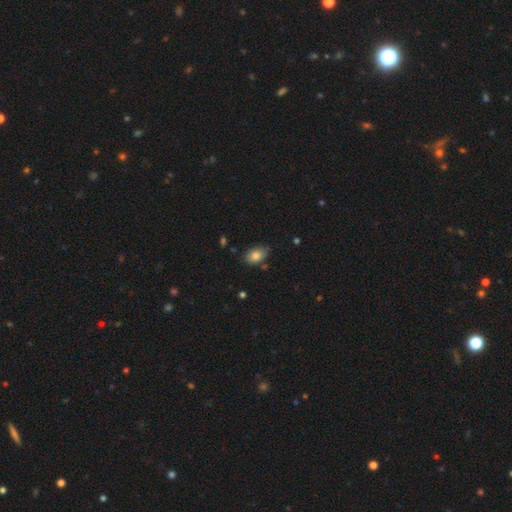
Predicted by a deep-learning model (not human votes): Smooth or featured: smooth — 83% (featured or disk — 9%)
How rounded: in between — 84% (round — 15%)
Merging: none — 70% (minor disturbance — 23%)